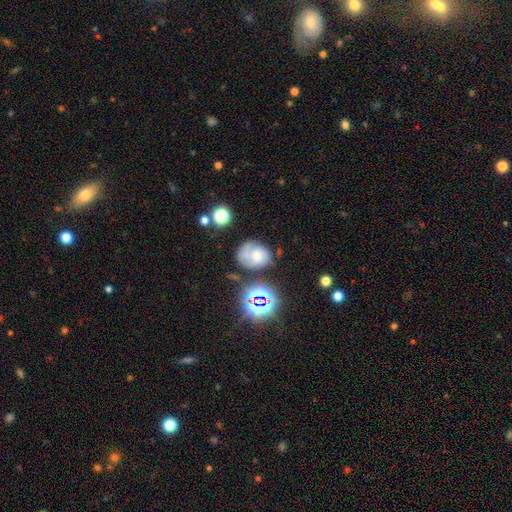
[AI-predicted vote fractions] featured or disk 42%, smooth 41%, star or artifact 17%. Down the decision tree: merging — none (47%).